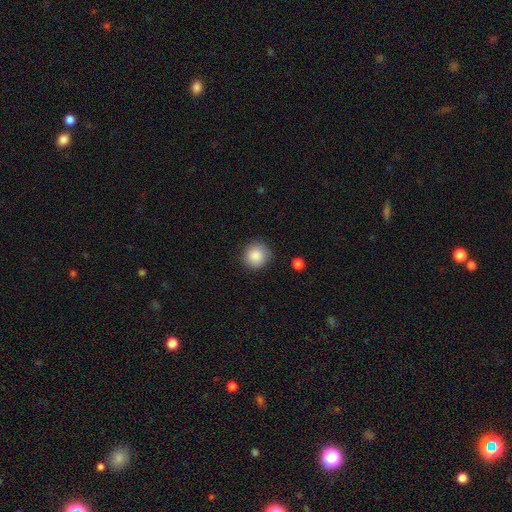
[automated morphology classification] The model was most divided on "merging": none: 83%, minor disturbance: 13%, major disturbance: 3%, merger: 2%. More confident: how rounded — round (92%); smooth or featured — smooth (88%).